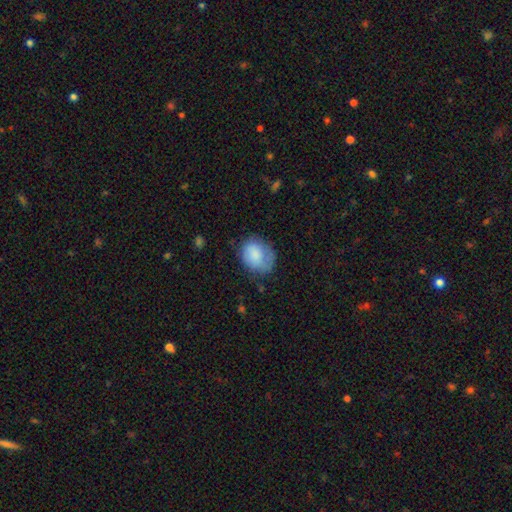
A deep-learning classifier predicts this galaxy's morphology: Smooth or featured? Predicted: smooth (p=0.77). How rounded? Predicted: round (p=0.50). Merging? Predicted: none (p=0.56).